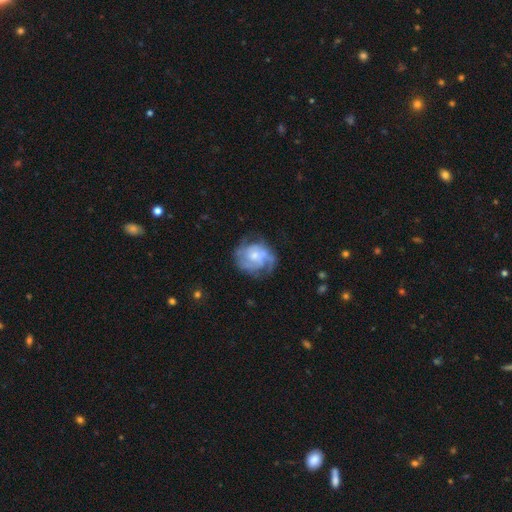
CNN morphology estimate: smooth_or_featured: featured or disk (p=0.73) [alt: smooth p=0.20]
disk_edge_on: no (p=0.98) [alt: yes p=0.02]
bar: no (p=0.75) [alt: weak p=0.22]
has_spiral_arms: yes (p=0.83) [alt: no p=0.17]
spiral_winding: tight (p=0.46) [alt: medium p=0.38]
spiral_arm_count: can't tell (p=0.35) [alt: 2 p=0.31]
bulge_size: moderate (p=0.44) [alt: small p=0.43]
merging: none (p=0.57) [alt: minor disturbance p=0.23]